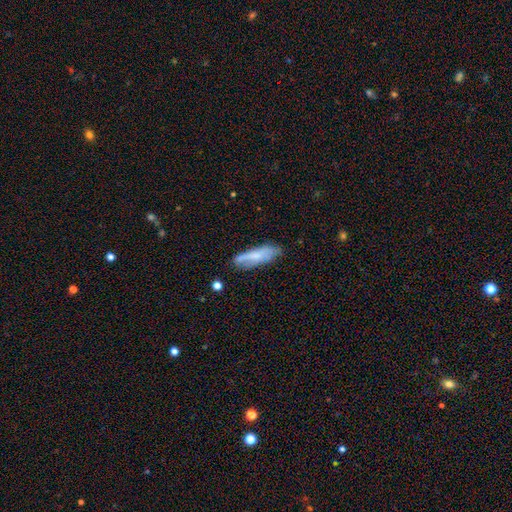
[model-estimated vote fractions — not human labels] The model was most divided on "how rounded": cigar-shaped: 58%, in between: 40%, round: 2%. More confident: merging — none (65%); smooth or featured — smooth (62%).